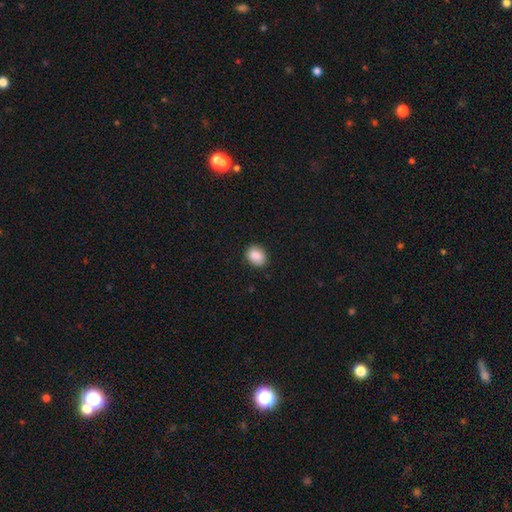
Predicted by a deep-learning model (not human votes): A smooth galaxy with no disk features (88%) that is in between round and cigar-shaped (52%). Merging: none (85%).